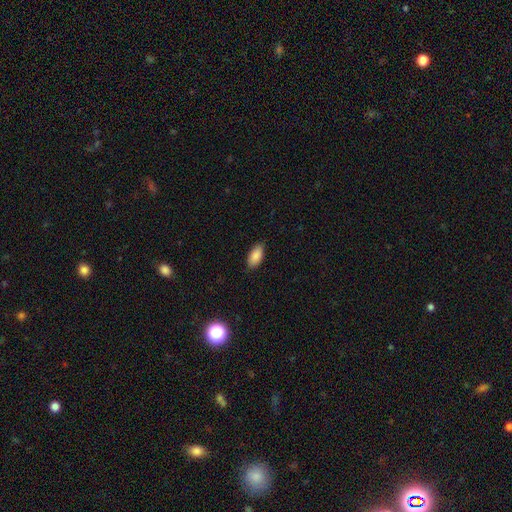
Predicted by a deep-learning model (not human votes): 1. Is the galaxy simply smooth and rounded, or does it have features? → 88% smooth, 7% star or artifact, 5% featured or disk.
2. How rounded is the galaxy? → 91% in between, 6% cigar-shaped, 2% round.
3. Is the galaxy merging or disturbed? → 85% none, 12% minor disturbance, 2% major disturbance, 1% merger.